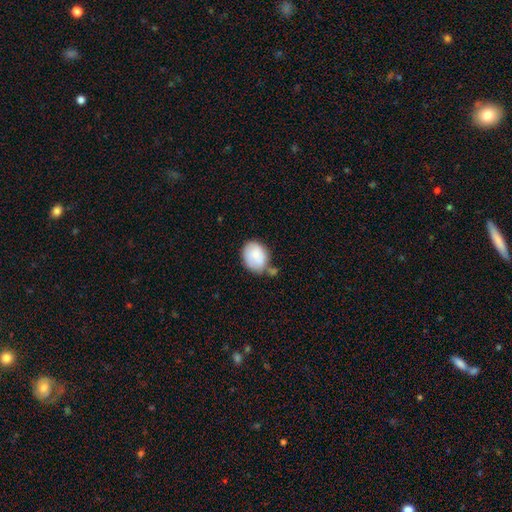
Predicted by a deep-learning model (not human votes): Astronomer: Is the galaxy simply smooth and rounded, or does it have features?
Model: smooth — 83%.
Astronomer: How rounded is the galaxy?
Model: in between — 65%.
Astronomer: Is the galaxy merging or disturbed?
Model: none — 50% (runner-up: minor disturbance, 26%).